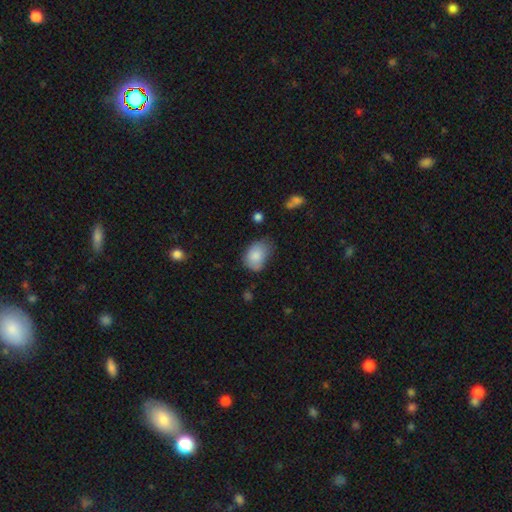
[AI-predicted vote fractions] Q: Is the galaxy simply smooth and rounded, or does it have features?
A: smooth — 84%.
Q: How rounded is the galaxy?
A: in between — 76%.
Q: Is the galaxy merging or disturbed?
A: none — 47%.